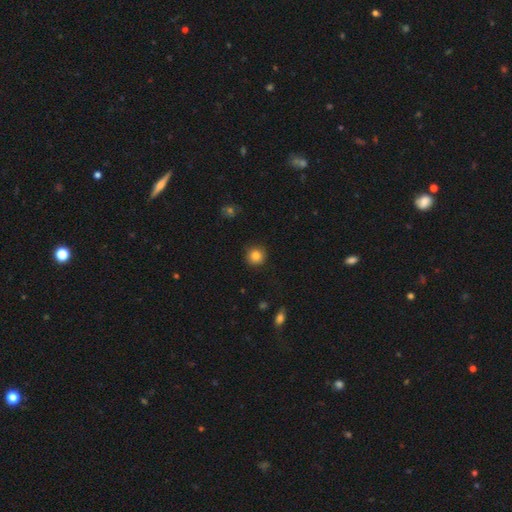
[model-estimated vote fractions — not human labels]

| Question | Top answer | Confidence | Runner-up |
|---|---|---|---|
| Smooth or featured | smooth | 83% | star or artifact (11%) |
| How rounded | round | 94% | in between (5%) |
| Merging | none | 89% | minor disturbance (8%) |